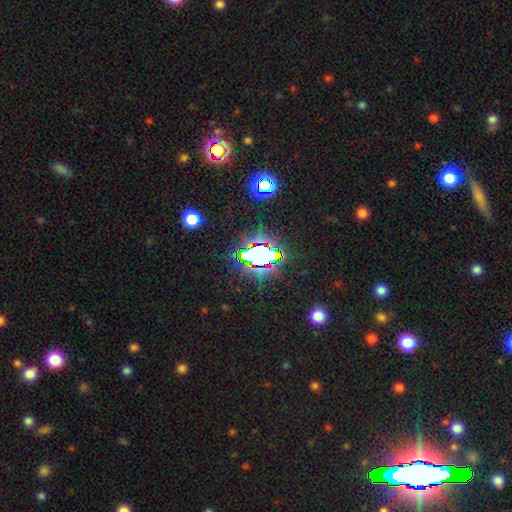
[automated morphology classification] Smooth or featured: star or artifact — 68% (smooth — 20%)